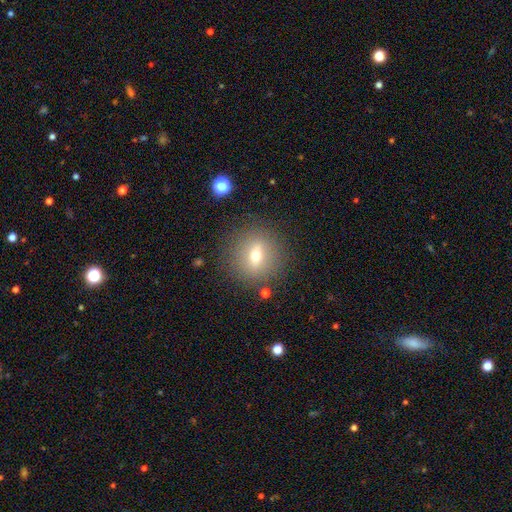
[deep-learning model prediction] This is possibly a smooth galaxy (56%). How rounded: clearly round (82%). Merging: clearly none (85%).